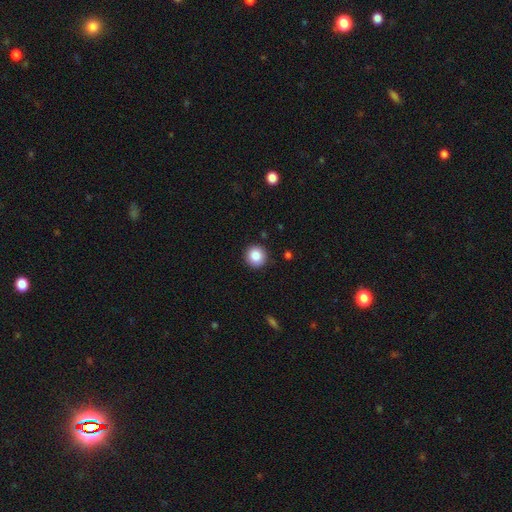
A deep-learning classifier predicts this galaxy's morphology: Q: Smooth or featured?
A: smooth (87%); runner-up: star or artifact (9%)
Q: How rounded?
A: round (93%); runner-up: in between (6%)
Q: Merging?
A: none (91%); runner-up: minor disturbance (6%)